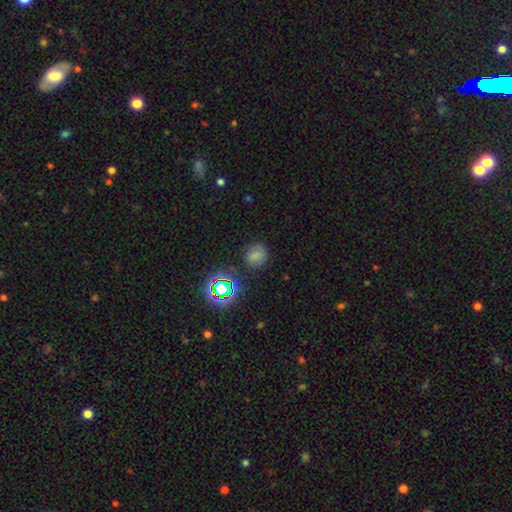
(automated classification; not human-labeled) smooth-or-featured: smooth: 68% | star or artifact: 24% | featured or disk: 9%
  how-rounded: round: 71% | in between: 28% | cigar-shaped: 1%
  merging: none: 78% | minor disturbance: 14% | major disturbance: 5% | merger: 3%